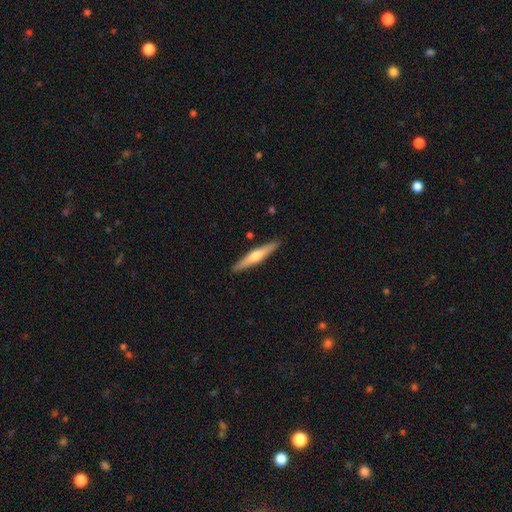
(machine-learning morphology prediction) Smooth or featured? Predicted: featured or disk (p=0.54). Edge-on disk? Predicted: yes (p=0.96). Edge-on bulge? Predicted: rounded (p=0.86). Merging? Predicted: none (p=0.90).